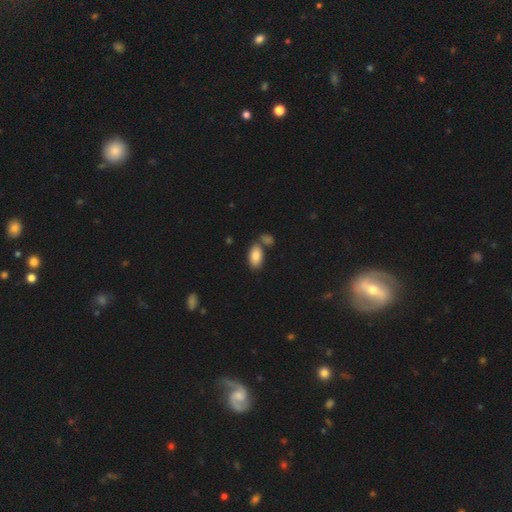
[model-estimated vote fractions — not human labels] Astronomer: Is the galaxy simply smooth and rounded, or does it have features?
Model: smooth — 86%.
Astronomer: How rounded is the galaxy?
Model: in between — 94%.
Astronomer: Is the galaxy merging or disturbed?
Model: none — 62%.